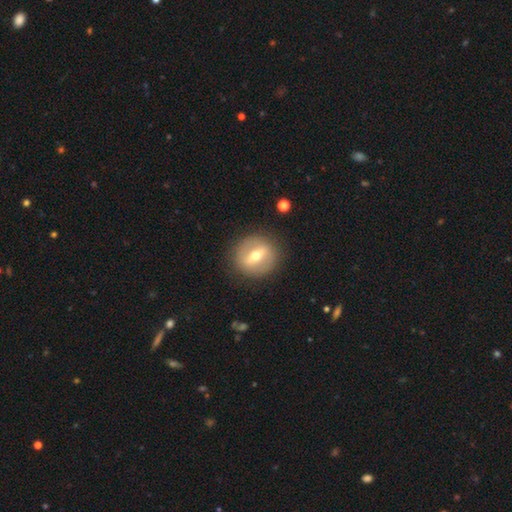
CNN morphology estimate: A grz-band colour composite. It shows a featured or disk galaxy (60%). Merging: none (87%).